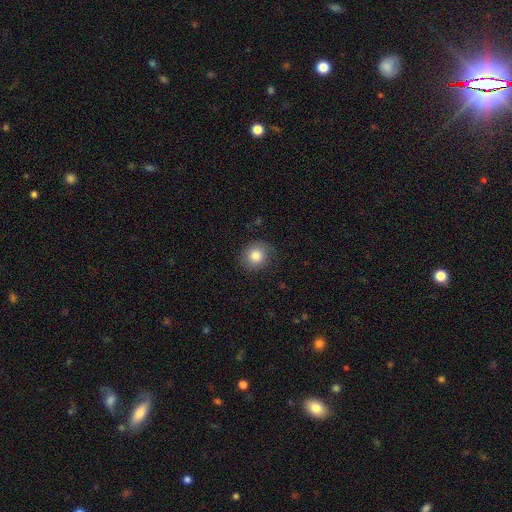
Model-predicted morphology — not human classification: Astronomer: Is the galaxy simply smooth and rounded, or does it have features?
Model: smooth — 82%.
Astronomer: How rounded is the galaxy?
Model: round — 84%.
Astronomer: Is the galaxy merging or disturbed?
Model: none — 77%.